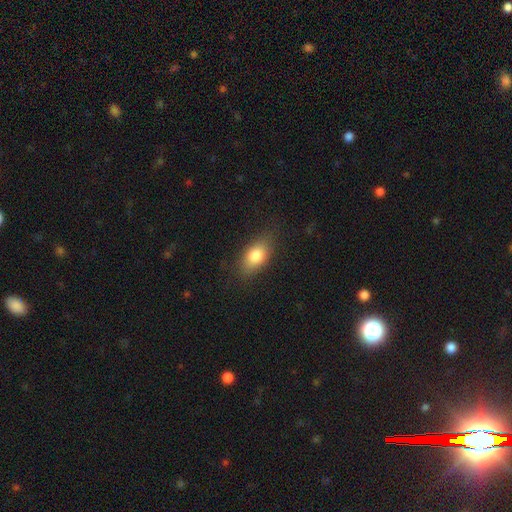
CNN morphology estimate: Overall: smooth (80%). How rounded: in between (84%). Merging: none (79%).